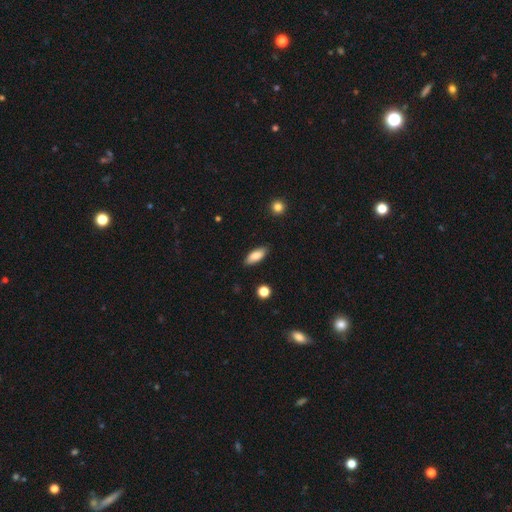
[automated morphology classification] smooth-or-featured: smooth: 82% | featured or disk: 11% | star or artifact: 7%
  how-rounded: in between: 77% | cigar-shaped: 21% | round: 2%
  merging: none: 86% | minor disturbance: 11% | major disturbance: 2% | merger: 1%